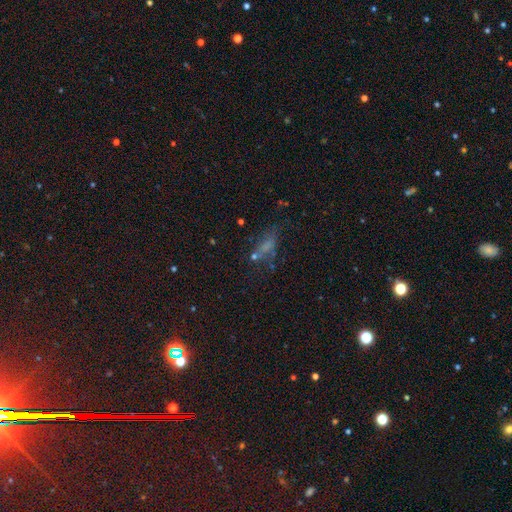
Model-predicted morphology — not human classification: The model was most divided on "smooth or featured": smooth: 45%, star or artifact: 30%, featured or disk: 25%. More confident: merging — none (50%).